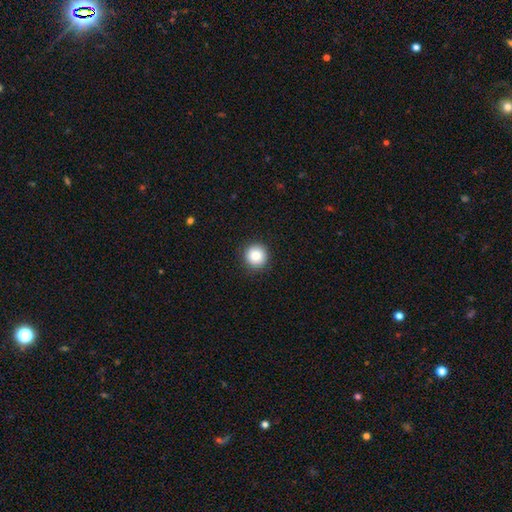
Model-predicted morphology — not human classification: Q: Smooth or featured?
A: smooth (86%); runner-up: star or artifact (9%)
Q: How rounded?
A: round (95%); runner-up: in between (4%)
Q: Merging?
A: none (91%); runner-up: minor disturbance (6%)